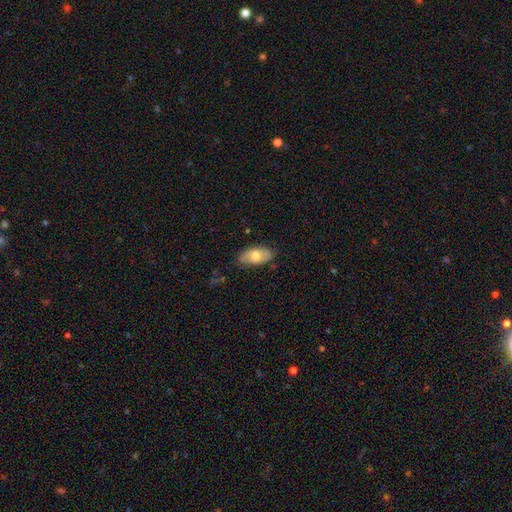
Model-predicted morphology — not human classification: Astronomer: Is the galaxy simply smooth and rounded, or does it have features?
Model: smooth — 71%.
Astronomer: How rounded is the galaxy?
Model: in between — 93%.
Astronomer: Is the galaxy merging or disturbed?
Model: none — 79%.